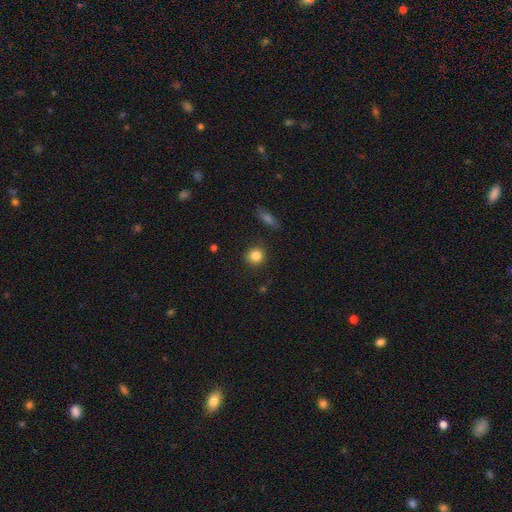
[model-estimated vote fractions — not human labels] This is clearly a smooth galaxy (84%). How rounded: clearly round (90%). Merging: clearly none (89%).